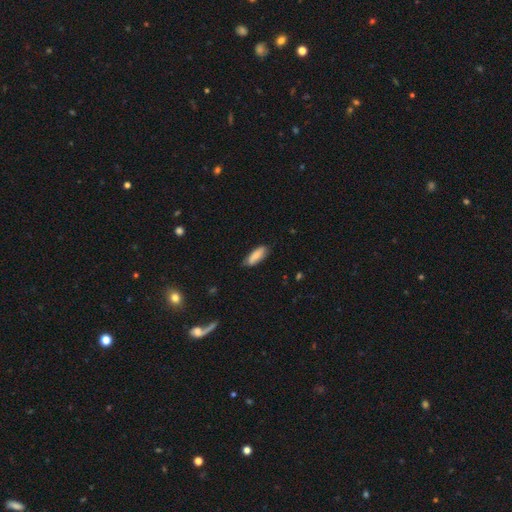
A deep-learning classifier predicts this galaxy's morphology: Smooth or featured? smooth (84%)
How rounded? in between (64%)
Merging? none (78%)